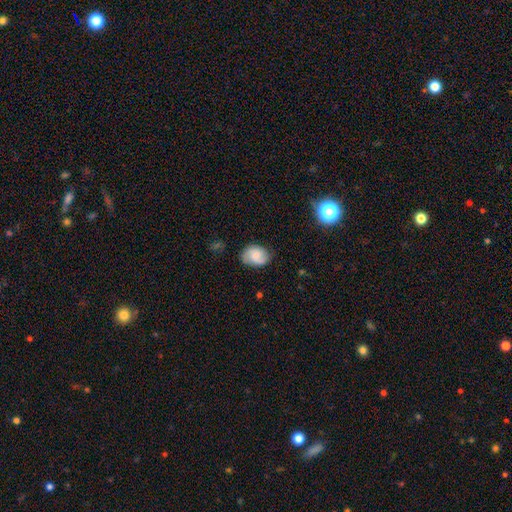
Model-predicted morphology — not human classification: Overall: smooth (49%; featured or disk 42%). Merging: none (72%).